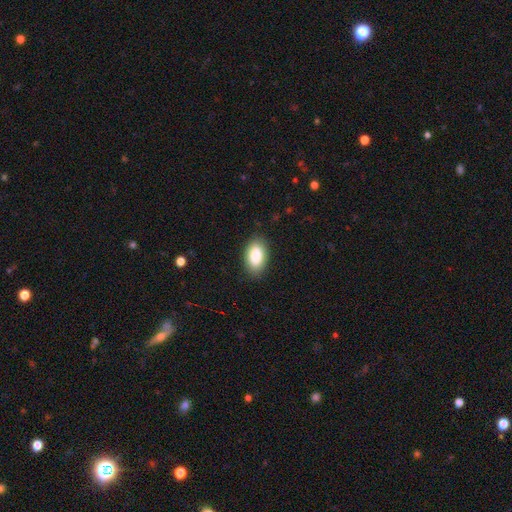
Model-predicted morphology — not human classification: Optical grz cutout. It shows a smooth galaxy with no disk features (86%) that is in between round and cigar-shaped (93%). Merging: none (86%).